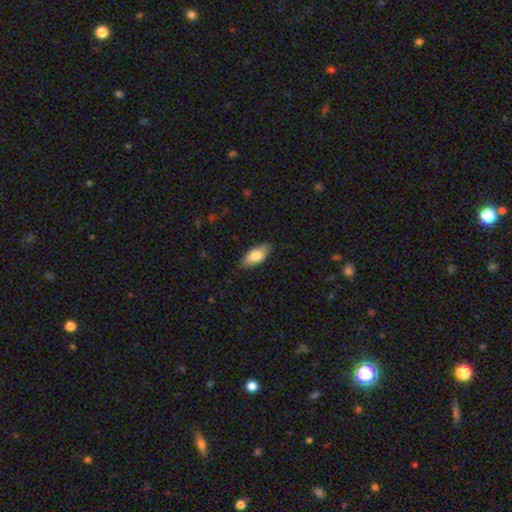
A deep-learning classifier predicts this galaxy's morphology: Q: Smooth or featured?
A: smooth (79%); runner-up: featured or disk (16%)
Q: How rounded?
A: in between (89%); runner-up: cigar-shaped (9%)
Q: Merging?
A: none (82%); runner-up: minor disturbance (15%)